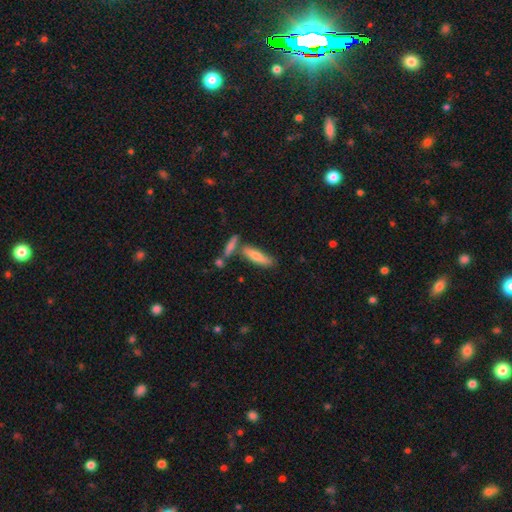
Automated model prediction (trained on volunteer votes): smooth-or-featured: smooth: 65% | featured or disk: 27% | star or artifact: 8%
  how-rounded: cigar-shaped: 72% | in between: 26% | round: 2%
  merging: none: 63% | merger: 20% | minor disturbance: 13% | major disturbance: 4%